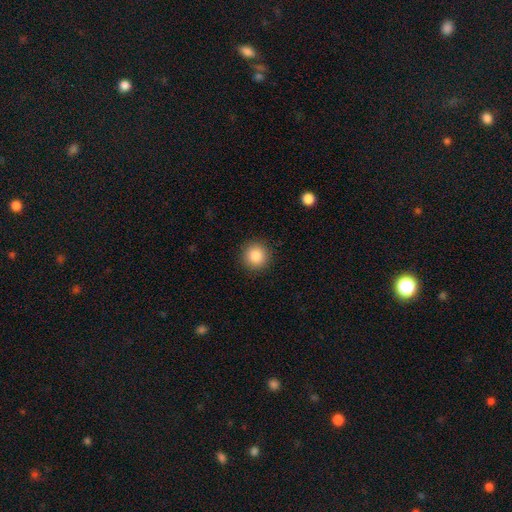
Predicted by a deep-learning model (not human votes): This is clearly a smooth galaxy (87%). How rounded: clearly round (94%). Merging: clearly none (92%).